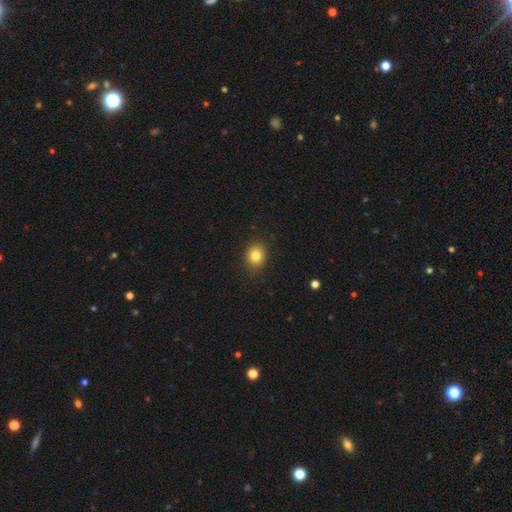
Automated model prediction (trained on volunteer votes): Morphology: type=smooth (82%); roundness=round (63%); merging=none (89%).